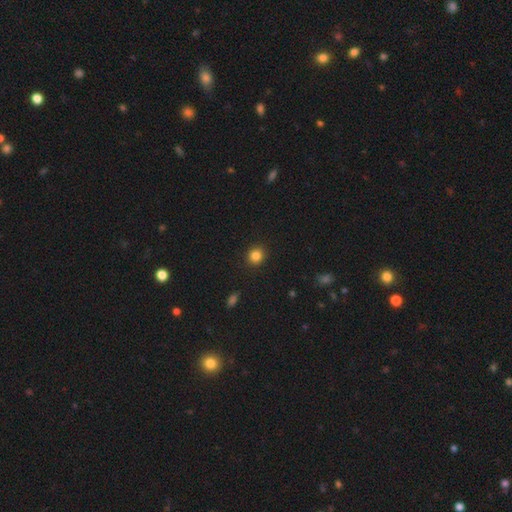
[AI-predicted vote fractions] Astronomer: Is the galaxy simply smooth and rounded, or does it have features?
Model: smooth — 84%.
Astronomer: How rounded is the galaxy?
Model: round — 88%.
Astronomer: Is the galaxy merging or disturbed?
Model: none — 91%.